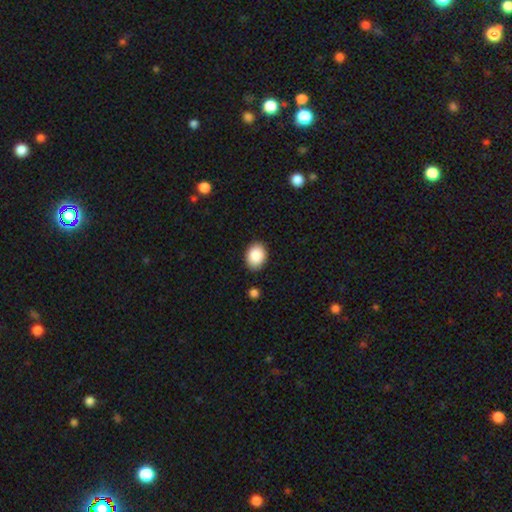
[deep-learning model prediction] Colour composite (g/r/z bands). It shows a smooth galaxy with no disk features (89%) that is in between round and cigar-shaped (67%). Merging: none (86%).